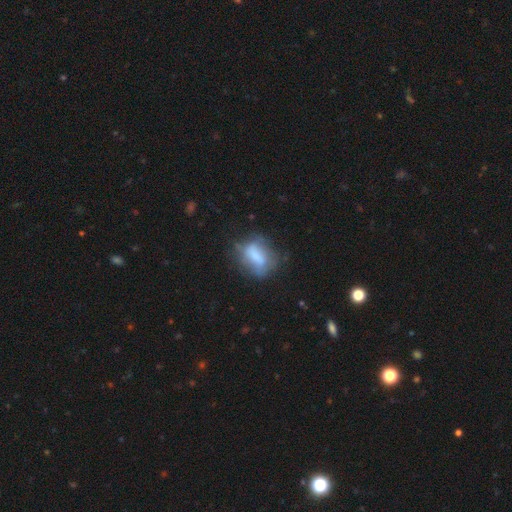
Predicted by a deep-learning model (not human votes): Morphology: type=smooth (59%); roundness=in between (73%); merging=none (49%).